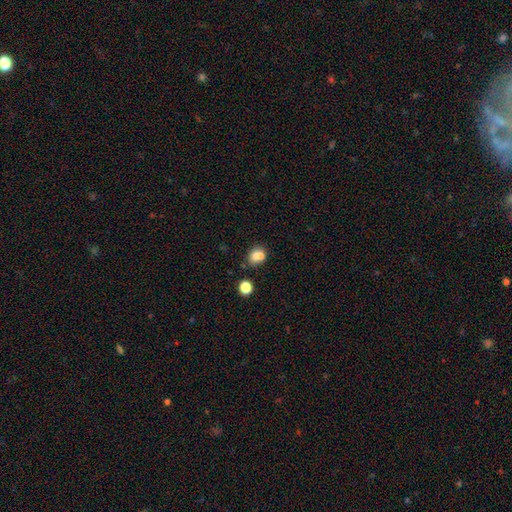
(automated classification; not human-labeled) Smooth or featured: smooth — 74% (featured or disk — 14%)
How rounded: round — 61% (in between — 38%)
Merging: none — 44% (merger — 39%)